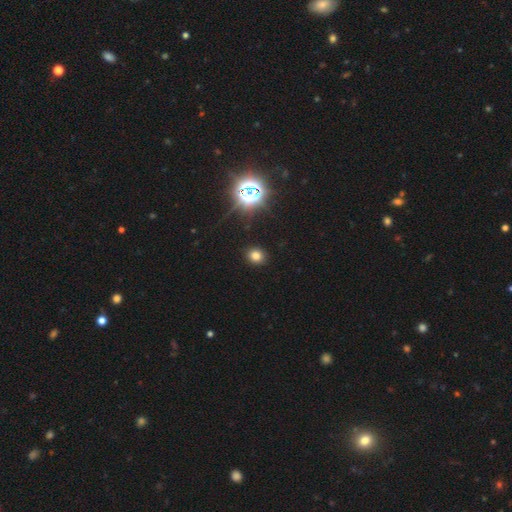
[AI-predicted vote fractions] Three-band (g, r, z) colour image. It shows a smooth galaxy with no disk features (74%) that is round (74%). Merging: none (90%).